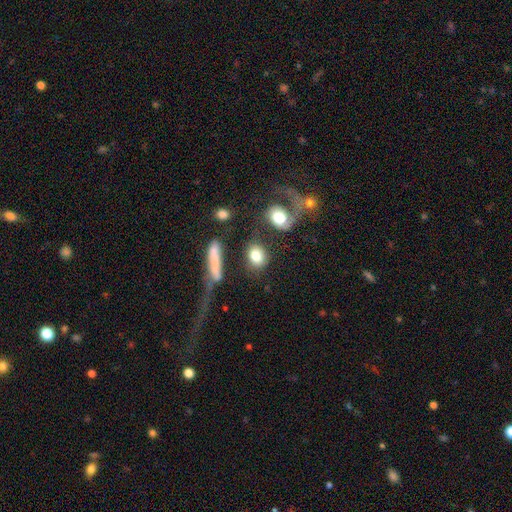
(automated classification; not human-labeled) Smooth or featured? Predicted: smooth (p=0.77). How rounded? Predicted: round (p=0.50). Merging? Predicted: none (p=0.55).